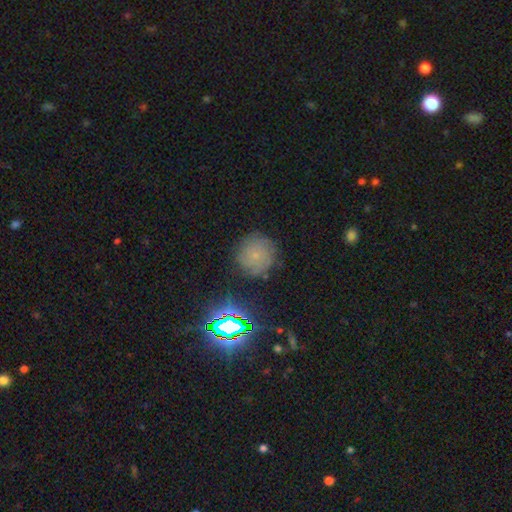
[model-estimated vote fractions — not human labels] Smooth or featured?
  - smooth: 52% *
  - star or artifact: 25%
  - featured or disk: 24%
How rounded?
  - round: 92% *
  - in between: 7%
  - cigar-shaped: 1%
Merging?
  - none: 80% *
  - minor disturbance: 14%
  - major disturbance: 5%
  - merger: 2%